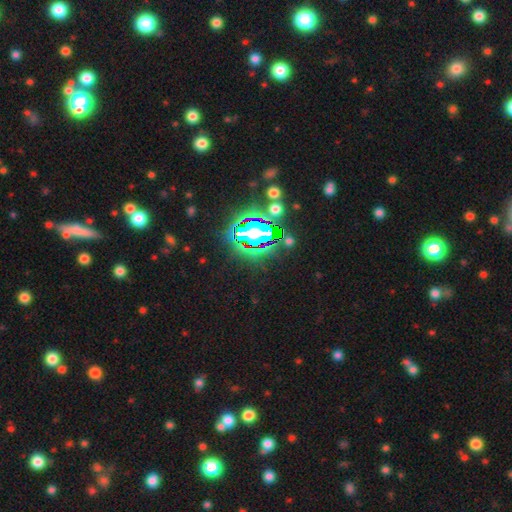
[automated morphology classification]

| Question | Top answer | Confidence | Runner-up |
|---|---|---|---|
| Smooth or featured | star or artifact | 82% | smooth (11%) |